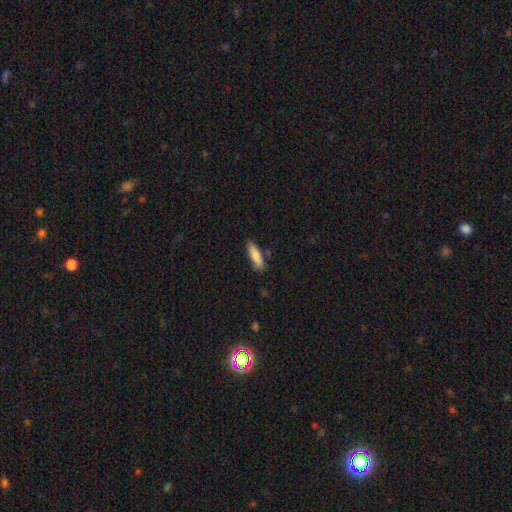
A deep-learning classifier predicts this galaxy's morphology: Smooth or featured?
  - smooth: 81% *
  - featured or disk: 13%
  - star or artifact: 6%
How rounded?
  - cigar-shaped: 54% *
  - in between: 44%
  - round: 2%
Merging?
  - none: 78% *
  - minor disturbance: 16%
  - merger: 3%
  - major disturbance: 3%